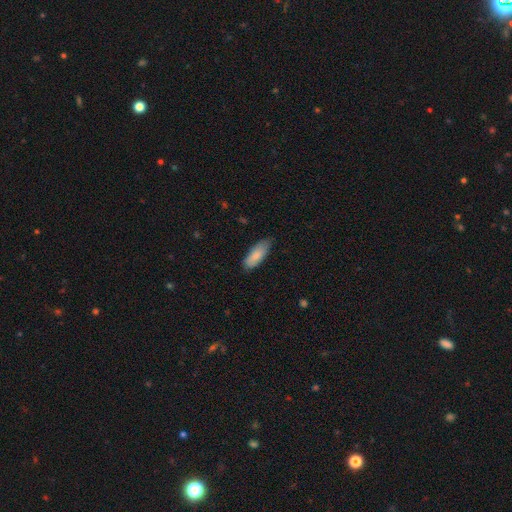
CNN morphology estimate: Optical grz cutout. It shows a smooth galaxy with no disk features (84%) that is in between round and cigar-shaped (73%). Merging: none (78%).